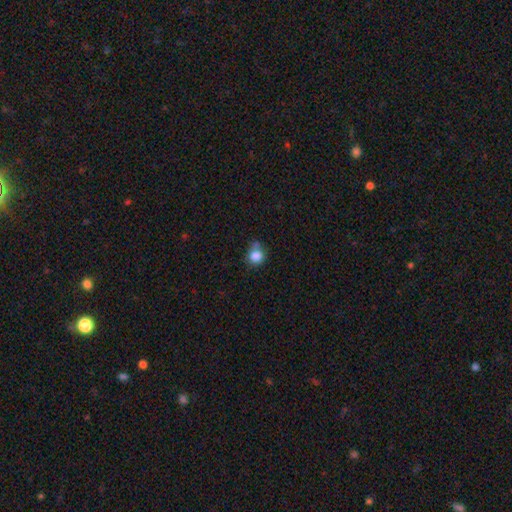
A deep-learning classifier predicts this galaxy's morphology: The model was most divided on "merging": none: 47%, minor disturbance: 26%, merger: 17%, major disturbance: 10%. More confident: smooth or featured — smooth (82%); how rounded — round (76%).